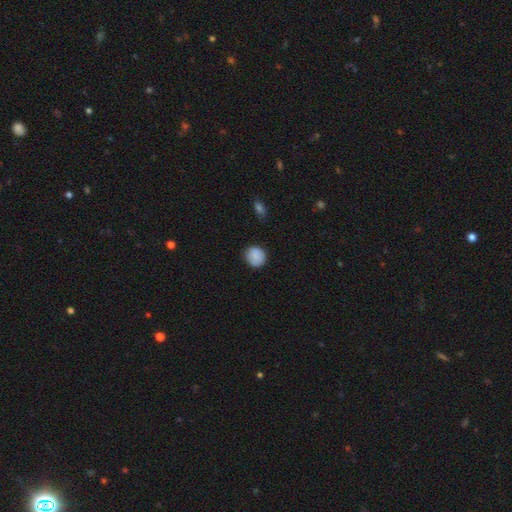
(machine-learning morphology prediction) Smooth or featured?
  - smooth: 85% *
  - star or artifact: 8%
  - featured or disk: 7%
How rounded?
  - round: 84% *
  - in between: 15%
  - cigar-shaped: 1%
Merging?
  - none: 83% *
  - minor disturbance: 14%
  - major disturbance: 3%
  - merger: 1%